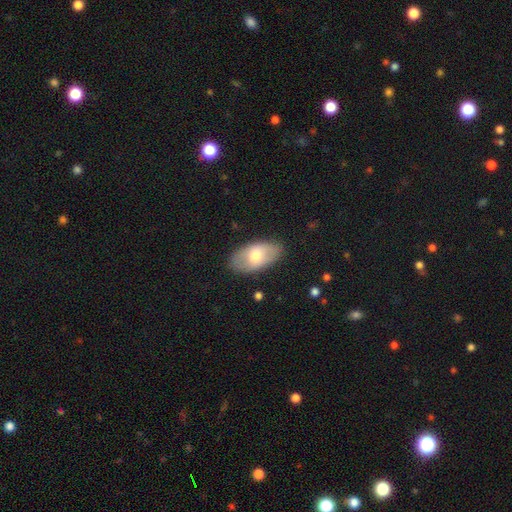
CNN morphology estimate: A smooth galaxy with no disk features (59%) that is in between round and cigar-shaped (93%). Merging: none (82%).